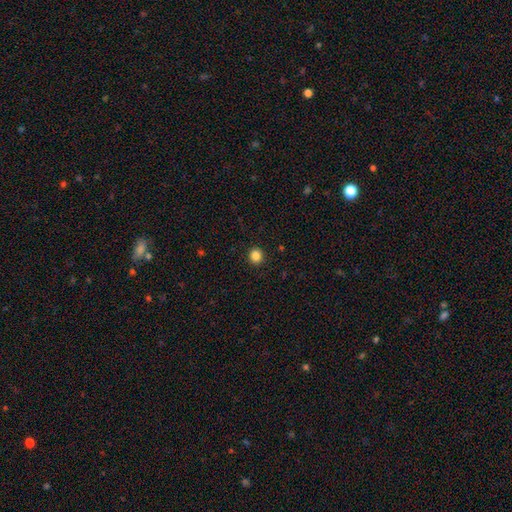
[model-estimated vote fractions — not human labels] The model was most divided on "smooth or featured": smooth: 85%, star or artifact: 11%, featured or disk: 4%. More confident: merging — none (92%); how rounded — round (90%).